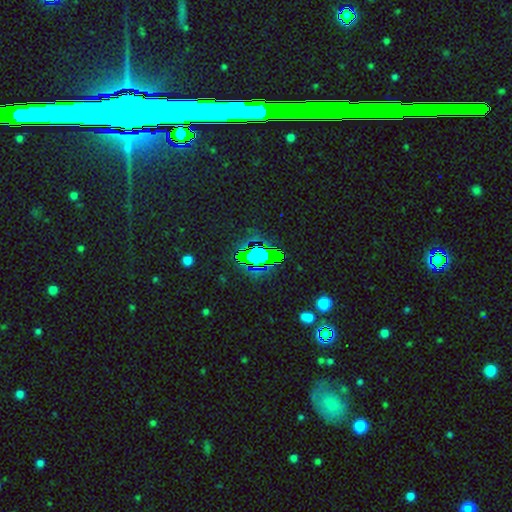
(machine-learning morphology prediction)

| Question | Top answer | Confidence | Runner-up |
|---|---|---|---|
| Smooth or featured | star or artifact | 68% | smooth (20%) |